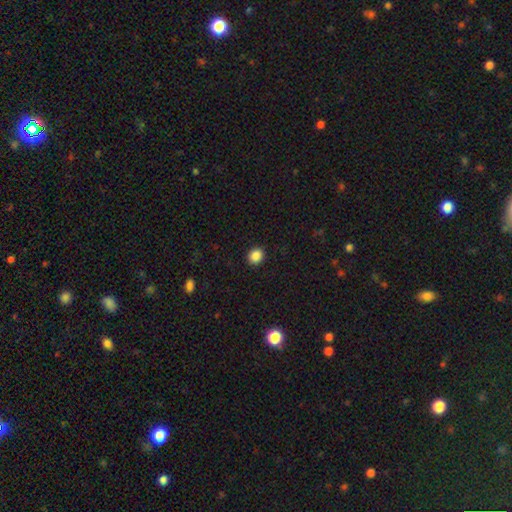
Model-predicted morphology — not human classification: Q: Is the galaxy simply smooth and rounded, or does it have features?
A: smooth — 87%.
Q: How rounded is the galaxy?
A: round — 73%.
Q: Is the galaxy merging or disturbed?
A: none — 92%.